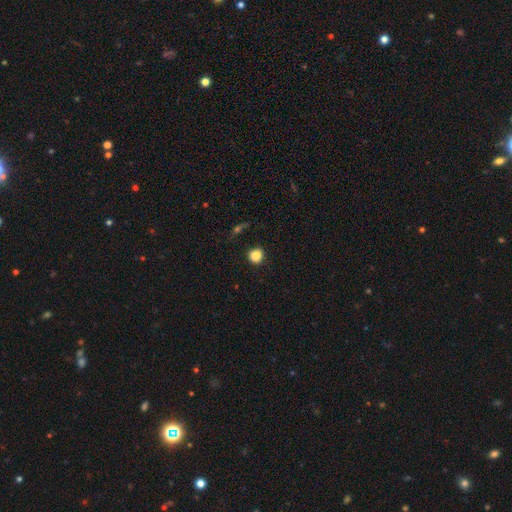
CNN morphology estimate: The model was most divided on "how rounded": round: 86%, in between: 13%, cigar-shaped: 1%. More confident: merging — none (85%); smooth or featured — smooth (85%).